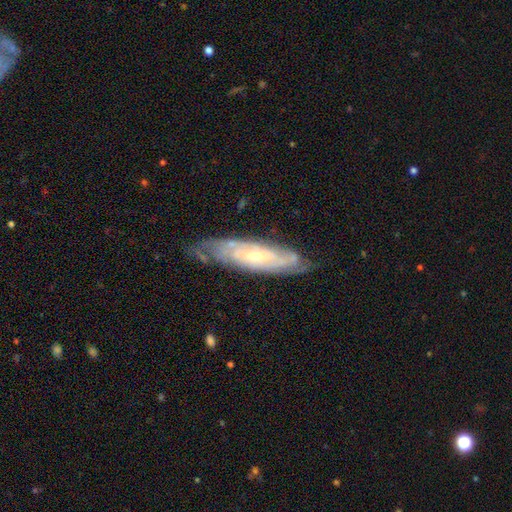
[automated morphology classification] A featured or disk galaxy (82%) with no bar (54%), tight (69%) spiral arms (92%) and a small central bulge (61%). Merging: none (72%).